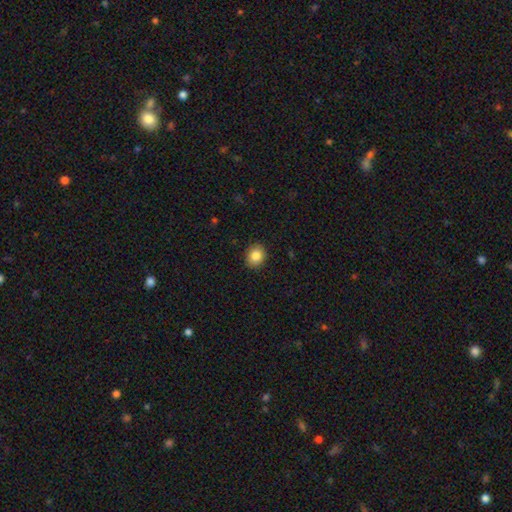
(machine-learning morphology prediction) Smooth or featured: smooth — 85% (star or artifact — 9%)
How rounded: round — 62% (in between — 37%)
Merging: none — 89% (minor disturbance — 8%)